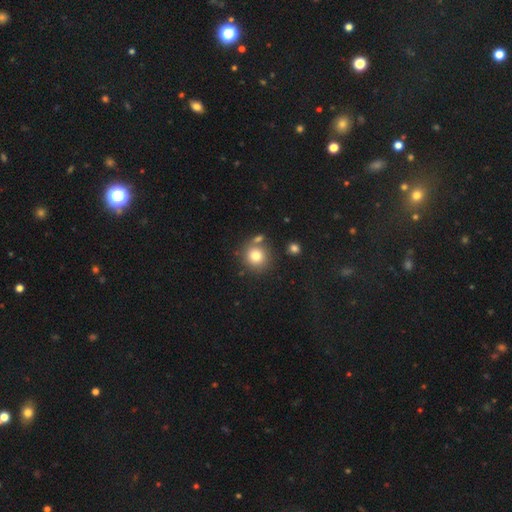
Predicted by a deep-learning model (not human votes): Morphology: type=smooth (79%); roundness=round (88%); merging=none (70%).